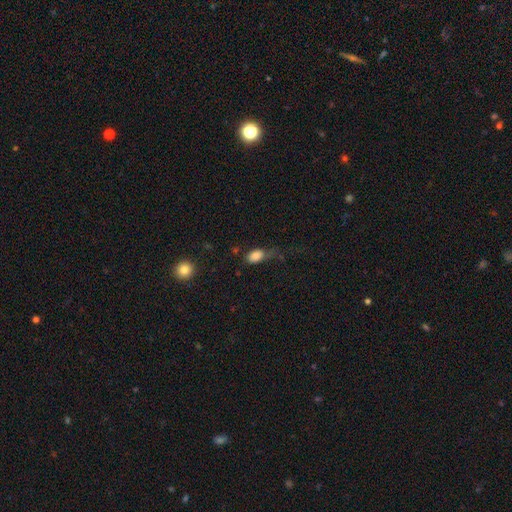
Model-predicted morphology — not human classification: smooth 81%, featured or disk 9%, star or artifact 9%. Down the decision tree: how rounded — in between (86%); merging — none (37%).